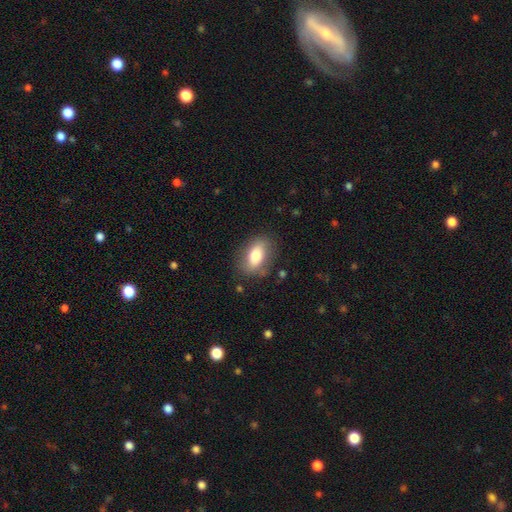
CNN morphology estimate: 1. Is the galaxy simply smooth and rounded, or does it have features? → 75% smooth, 18% featured or disk, 7% star or artifact.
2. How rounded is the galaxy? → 85% in between, 10% round, 6% cigar-shaped.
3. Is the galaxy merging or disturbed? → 79% none, 15% minor disturbance, 5% major disturbance, 2% merger.